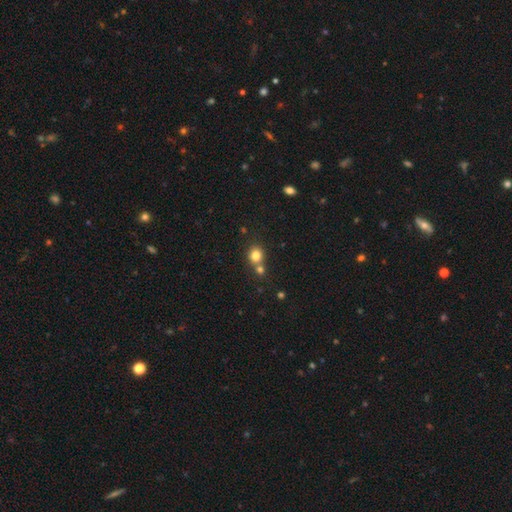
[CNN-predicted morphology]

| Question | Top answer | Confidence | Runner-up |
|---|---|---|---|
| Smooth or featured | smooth | 80% | star or artifact (13%) |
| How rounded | round | 81% | in between (18%) |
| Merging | none | 57% | merger (32%) |